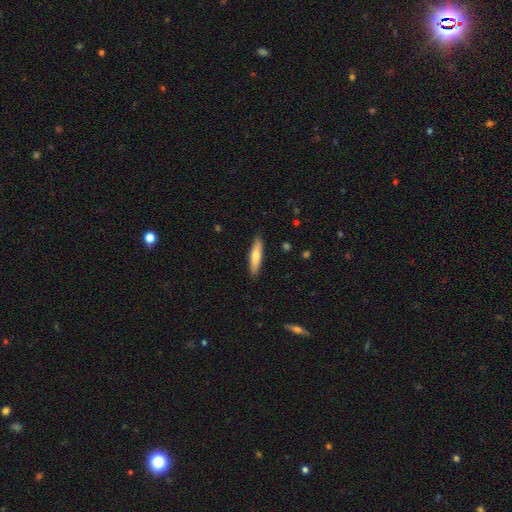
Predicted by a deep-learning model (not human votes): Smooth or featured? smooth (70%)
How rounded? cigar-shaped (80%)
Merging? none (89%)